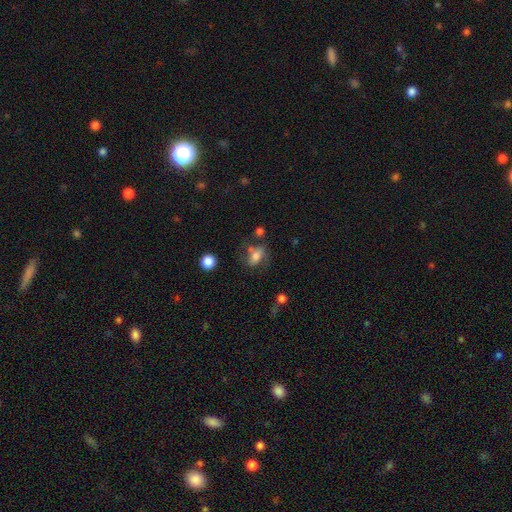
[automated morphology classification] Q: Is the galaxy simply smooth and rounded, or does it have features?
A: smooth — 67%.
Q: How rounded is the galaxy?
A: in between — 75%.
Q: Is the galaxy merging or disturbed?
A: none — 53%.